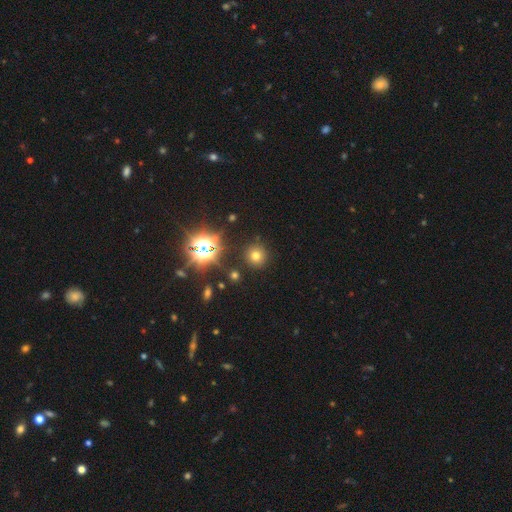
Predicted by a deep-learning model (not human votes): Morphology: type=smooth (66%); roundness=round (93%); merging=none (89%).